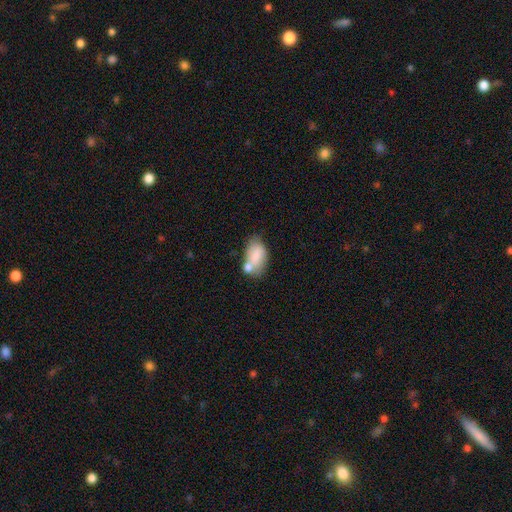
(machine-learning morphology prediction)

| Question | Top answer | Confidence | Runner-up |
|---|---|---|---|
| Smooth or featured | smooth | 75% | featured or disk (18%) |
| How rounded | in between | 91% | round (7%) |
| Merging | merger | 38% | none (35%) |